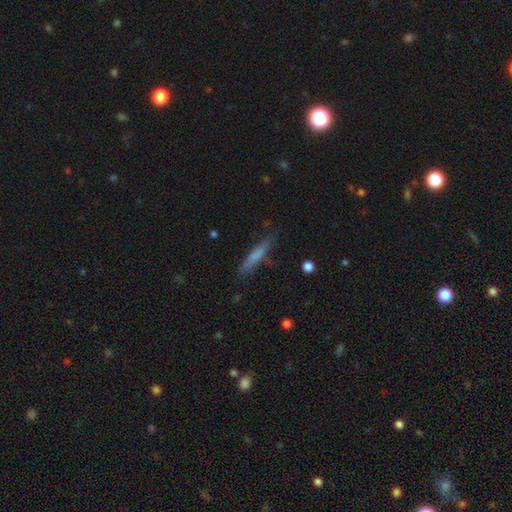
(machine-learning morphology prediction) smooth_or_featured: smooth (p=0.69) [alt: featured or disk p=0.24]
how_rounded: cigar-shaped (p=0.91) [alt: in between p=0.07]
merging: none (p=0.81) [alt: minor disturbance p=0.14]